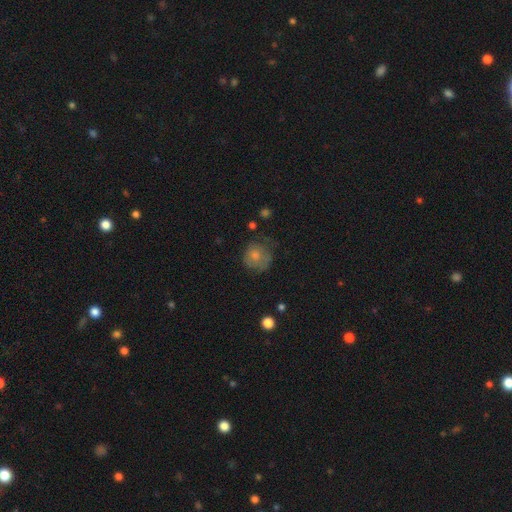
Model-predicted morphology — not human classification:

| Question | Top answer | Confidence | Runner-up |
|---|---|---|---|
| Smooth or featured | smooth | 70% | featured or disk (21%) |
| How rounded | round | 82% | in between (17%) |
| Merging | none | 49% | minor disturbance (29%) |